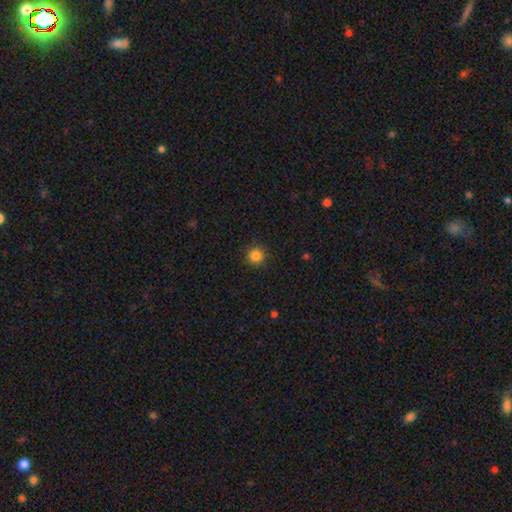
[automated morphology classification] A smooth galaxy with no disk features (84%) that is round (95%).

Vote fractions:
- Smooth or featured? smooth: 84% / star or artifact: 12% / featured or disk: 4%
- How rounded? round: 95% / in between: 4% / cigar-shaped: 1%
- Merging? none: 91% / minor disturbance: 6% / major disturbance: 2% / merger: 1%